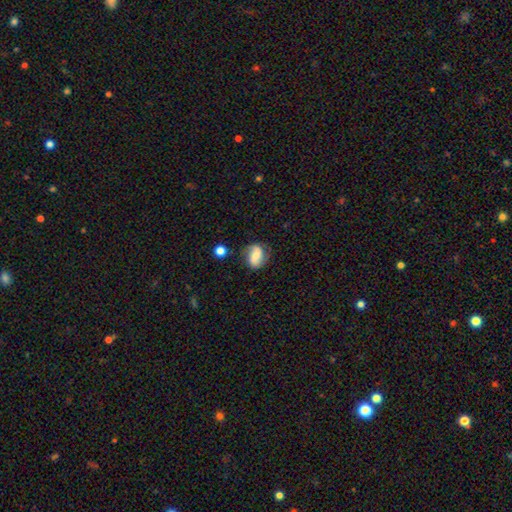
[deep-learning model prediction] The model was most divided on "bulge size" (2-way tie): moderate: 39%, small: 39%, none: 12%, large: 8%, dominant: 3%. Remaining: edge-on disk — no (97%); spiral arms — yes (89%); merging — none (71%); smooth or featured — featured or disk (56%); bar — no (39%).